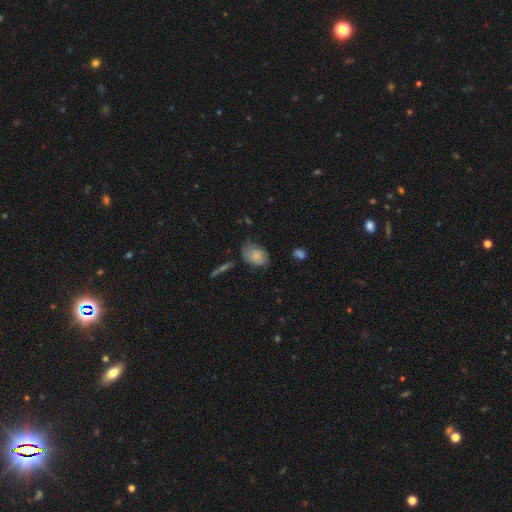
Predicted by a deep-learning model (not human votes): This is likely a smooth galaxy (75%). How rounded: clearly in between (81%). Merging: possibly none (53%).